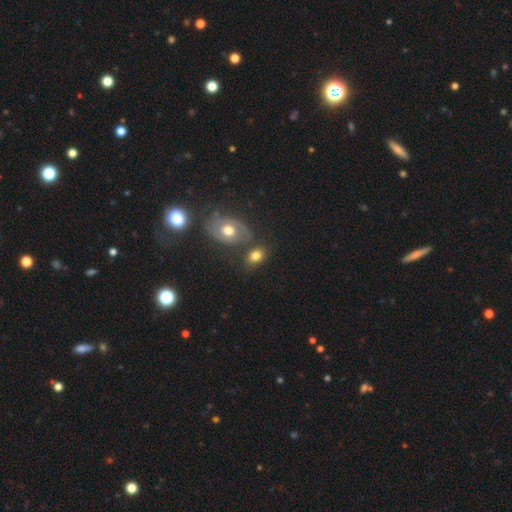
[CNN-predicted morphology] smooth-or-featured: smooth: 71% | featured or disk: 20% | star or artifact: 10%
  how-rounded: in between: 75% | round: 24% | cigar-shaped: 2%
  merging: none: 57% | merger: 21% | minor disturbance: 16% | major disturbance: 6%